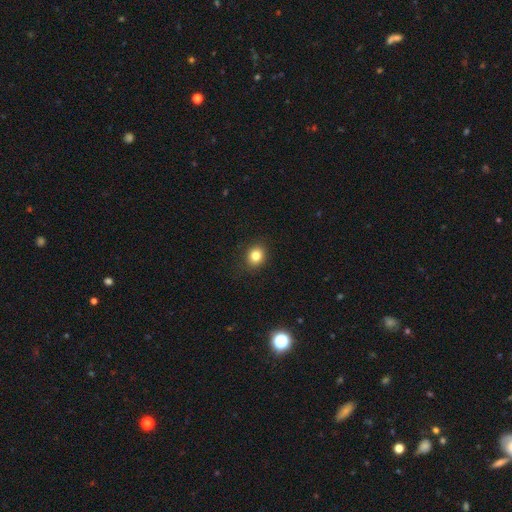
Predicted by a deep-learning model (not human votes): A smooth galaxy with no disk features (82%) that is round (71%).

Vote fractions:
- Smooth or featured? smooth: 82% / star or artifact: 11% / featured or disk: 7%
- How rounded? round: 71% / in between: 28% / cigar-shaped: 1%
- Merging? none: 89% / minor disturbance: 8% / major disturbance: 2% / merger: 1%